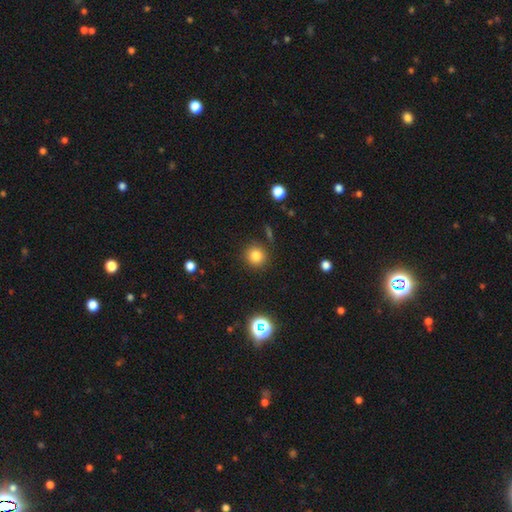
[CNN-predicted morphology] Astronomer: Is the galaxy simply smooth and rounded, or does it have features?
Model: smooth — 82%.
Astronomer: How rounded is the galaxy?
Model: round — 91%.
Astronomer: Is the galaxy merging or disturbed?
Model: none — 87%.